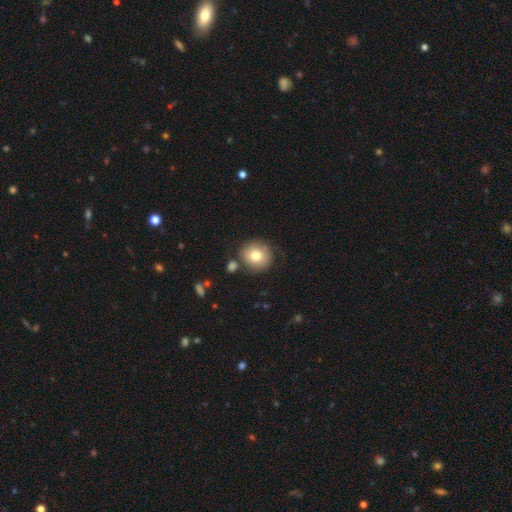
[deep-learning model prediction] Smooth or featured?
  - smooth: 77% *
  - featured or disk: 14%
  - star or artifact: 9%
How rounded?
  - round: 90% *
  - in between: 9%
  - cigar-shaped: 1%
Merging?
  - none: 78% *
  - minor disturbance: 12%
  - merger: 7%
  - major disturbance: 3%